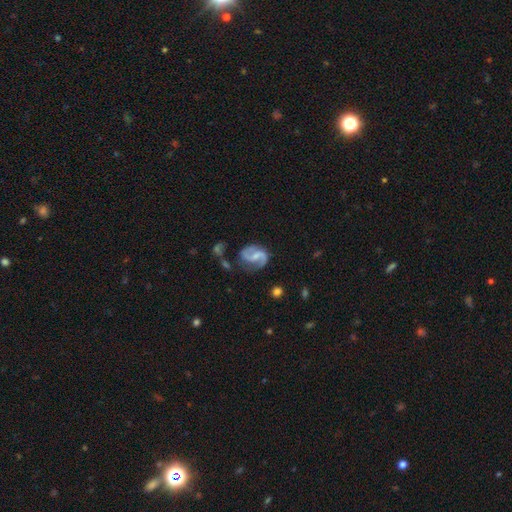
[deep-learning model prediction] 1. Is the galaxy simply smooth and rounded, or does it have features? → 88% featured or disk, 7% smooth, 5% star or artifact.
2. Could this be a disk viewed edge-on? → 98% no, 2% yes.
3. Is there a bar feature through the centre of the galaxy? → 49% weak, 28% no, 22% strong.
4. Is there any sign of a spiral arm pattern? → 97% yes, 3% no.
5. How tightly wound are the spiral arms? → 50% medium, 36% loose, 14% tight.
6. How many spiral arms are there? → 92% 2, 3% 1, 3% can't tell, 1% 3, 1% 4, 1% more than 4.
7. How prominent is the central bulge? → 46% small, 28% moderate, 22% none, 2% large, 1% dominant.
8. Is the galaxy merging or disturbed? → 68% none, 19% minor disturbance, 9% major disturbance, 5% merger.